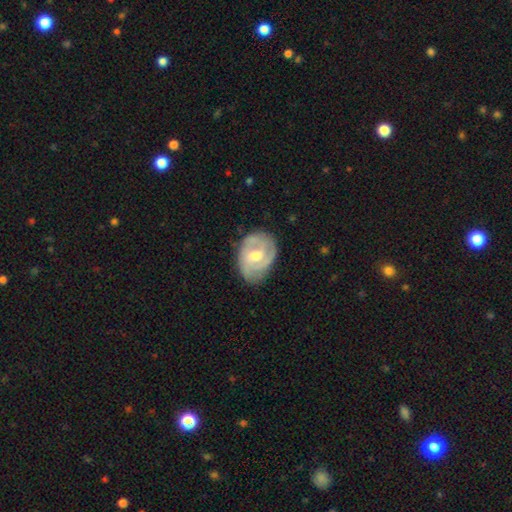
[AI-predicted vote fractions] Smooth or featured? Predicted: featured or disk (p=0.74). Edge-on disk? Predicted: no (p=0.97). Bar? Predicted: weak (p=0.46). Spiral arms? Predicted: yes (p=0.86). Spiral winding? Predicted: tight (p=0.48). Spiral arm count? Predicted: 2 (p=0.34). Bulge size? Predicted: moderate (p=0.69). Merging? Predicted: none (p=0.65).